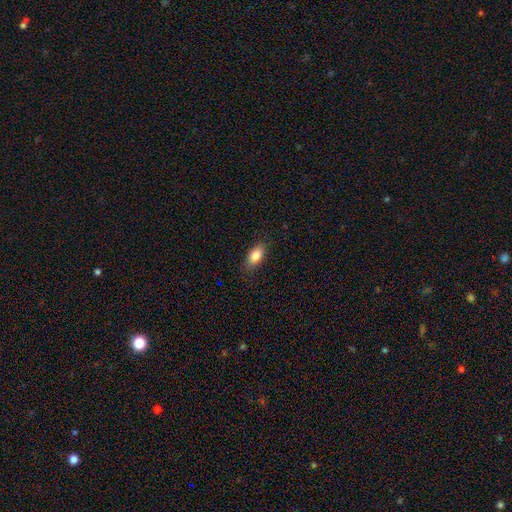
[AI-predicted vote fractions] Q: Smooth or featured?
A: smooth (84%); runner-up: featured or disk (9%)
Q: How rounded?
A: in between (87%); runner-up: cigar-shaped (8%)
Q: Merging?
A: none (84%); runner-up: minor disturbance (12%)